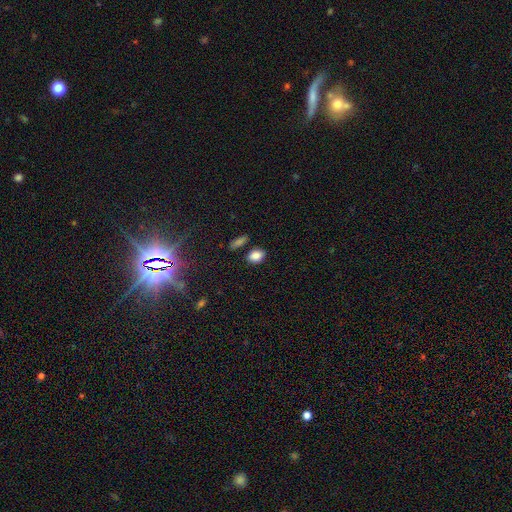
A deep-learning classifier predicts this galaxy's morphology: Overall: smooth (85%). How rounded: in between (72%). Merging: none (78%).